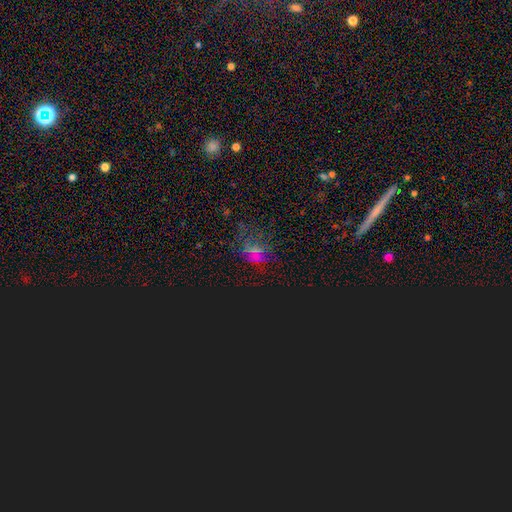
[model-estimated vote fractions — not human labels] This is possibly a star or artifact rather than a galaxy (57%).